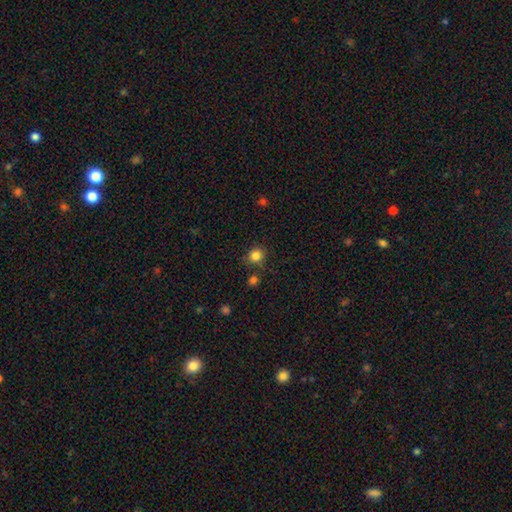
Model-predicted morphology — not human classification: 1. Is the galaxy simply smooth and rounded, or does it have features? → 83% smooth, 12% star or artifact, 5% featured or disk.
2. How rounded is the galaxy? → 86% round, 13% in between, 1% cigar-shaped.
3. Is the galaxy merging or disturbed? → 81% none, 10% minor disturbance, 6% merger, 3% major disturbance.